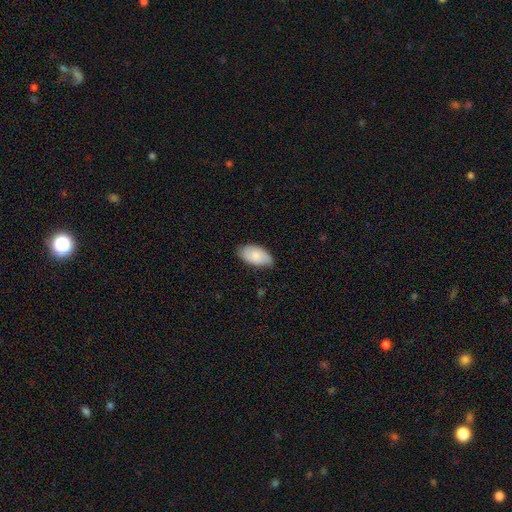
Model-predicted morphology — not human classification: smooth 76%, featured or disk 18%, star or artifact 6%. Down the decision tree: how rounded — in between (95%); merging — none (78%).